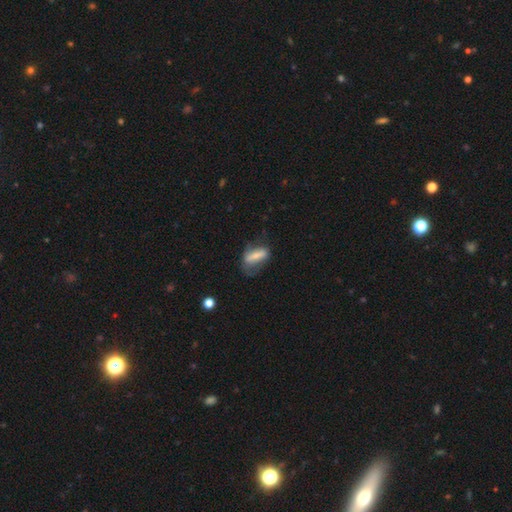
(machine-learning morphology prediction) smooth_or_featured: smooth (p=0.48) [alt: featured or disk p=0.44]
merging: none (p=0.46) [alt: minor disturbance p=0.27]